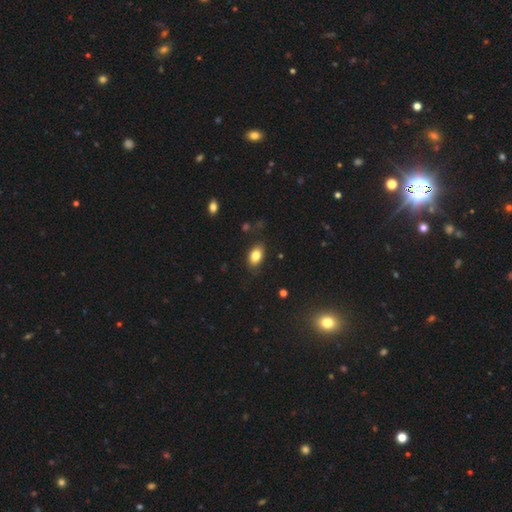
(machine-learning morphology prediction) This appears to be a smooth galaxy with no disk features (82%) that is in between round and cigar-shaped (87%). Merging: none (82%).